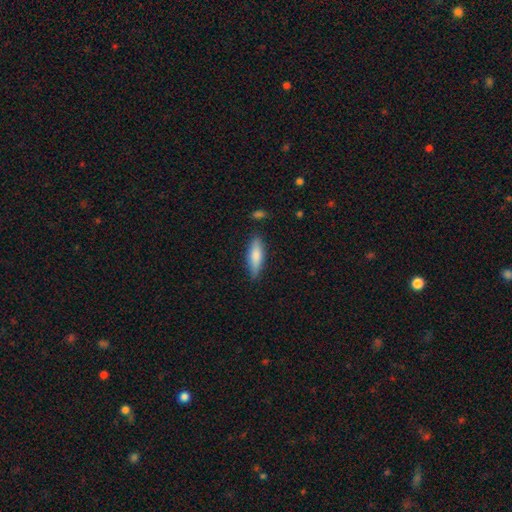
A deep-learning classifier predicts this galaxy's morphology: type=smooth (77%); roundness=cigar-shaped (55%); merging=none (79%).